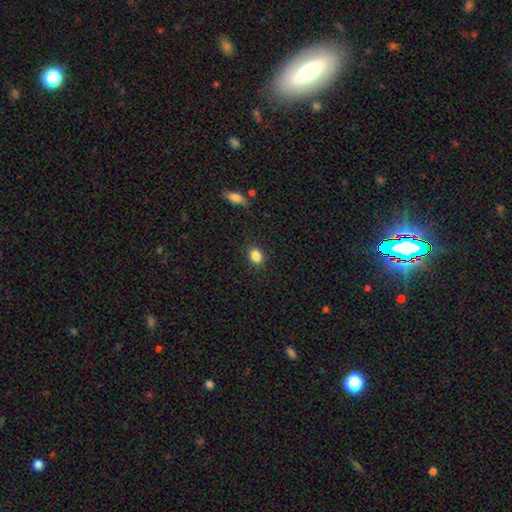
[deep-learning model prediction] The model was most divided on "how rounded": in between: 59%, round: 40%, cigar-shaped: 1%. More confident: merging — none (87%); smooth or featured — smooth (86%).